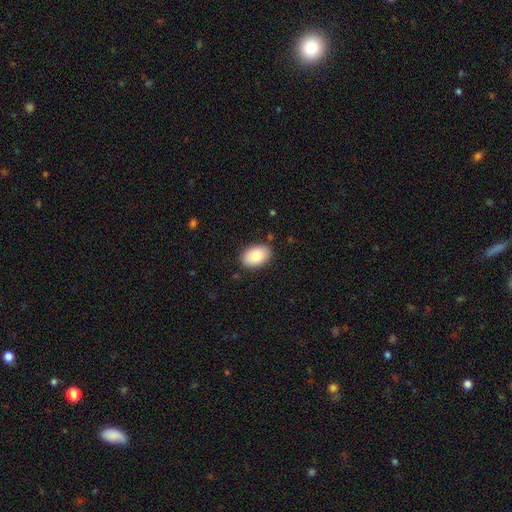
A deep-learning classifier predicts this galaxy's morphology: type=smooth (83%); roundness=in between (89%); merging=none (87%).